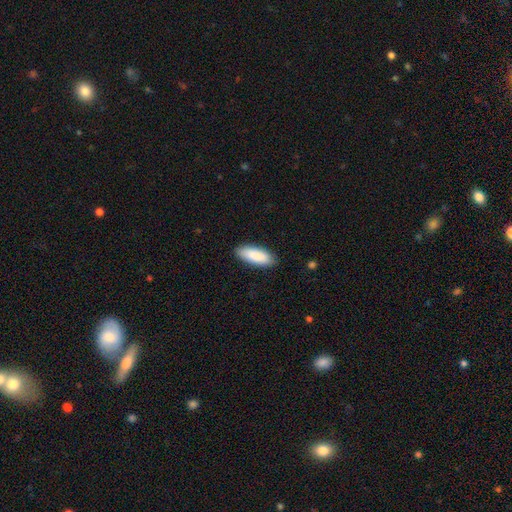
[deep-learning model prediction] Smooth or featured? Predicted: smooth (p=0.89). How rounded? Predicted: in between (p=0.74). Merging? Predicted: none (p=0.88).